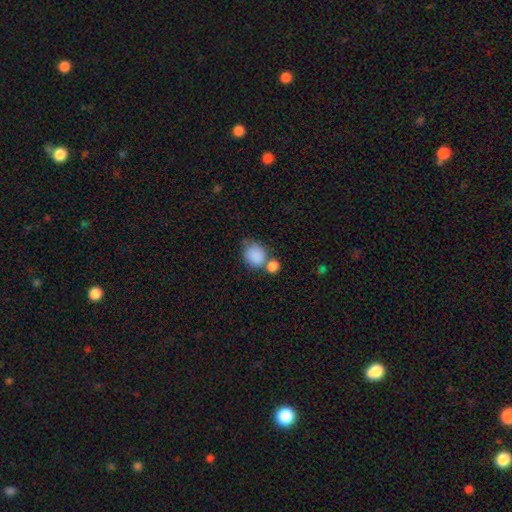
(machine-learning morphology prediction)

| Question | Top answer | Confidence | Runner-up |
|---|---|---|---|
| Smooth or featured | smooth | 85% | star or artifact (8%) |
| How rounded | round | 68% | in between (31%) |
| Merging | none | 43% | merger (38%) |